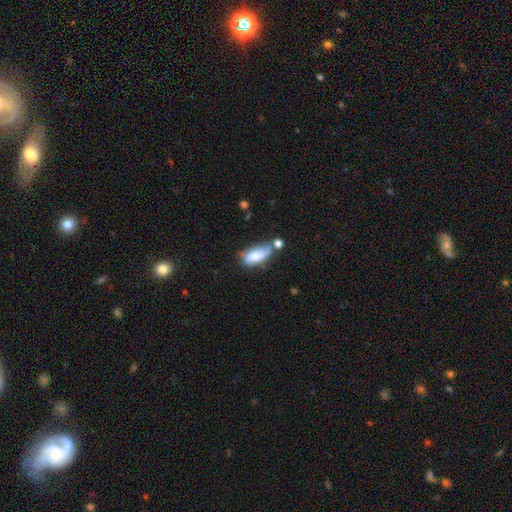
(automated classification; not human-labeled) Smooth or featured? Predicted: smooth (p=0.75). How rounded? Predicted: in between (p=0.84). Merging? Predicted: none (p=0.38).